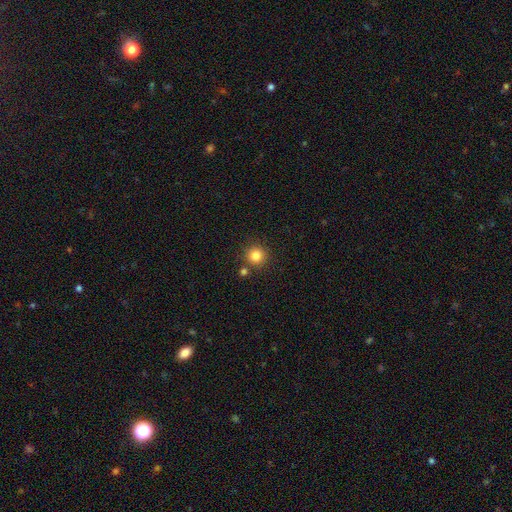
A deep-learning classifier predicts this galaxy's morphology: The model was most divided on "smooth or featured": smooth: 83%, star or artifact: 12%, featured or disk: 5%. More confident: how rounded — round (94%); merging — none (81%).